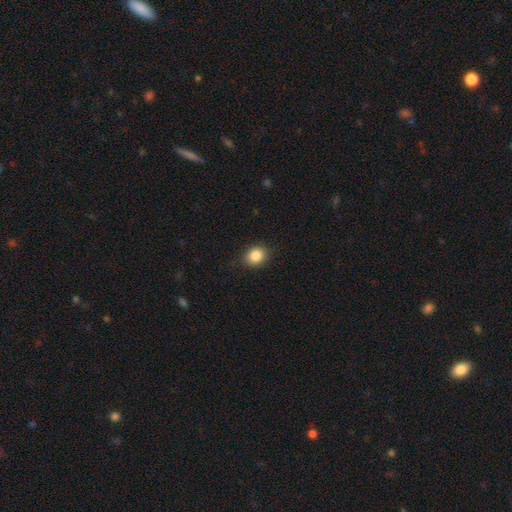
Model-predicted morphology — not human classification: smooth_or_featured: smooth (p=0.85) [alt: star or artifact p=0.10]
how_rounded: round (p=0.65) [alt: in between p=0.34]
merging: none (p=0.86) [alt: minor disturbance p=0.11]